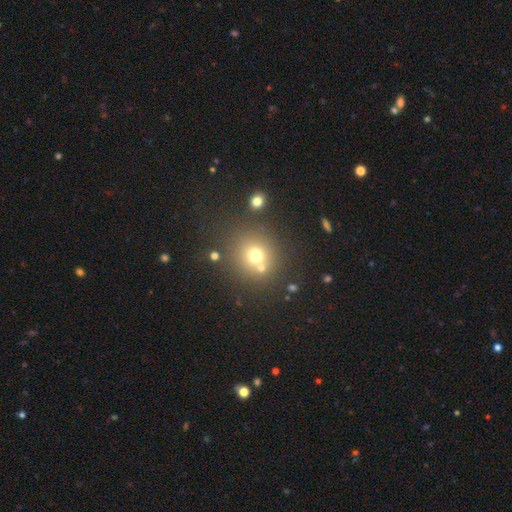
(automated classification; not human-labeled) Smooth or featured? Predicted: smooth (p=0.69). How rounded? Predicted: round (p=0.88). Merging? Predicted: none (p=0.69).